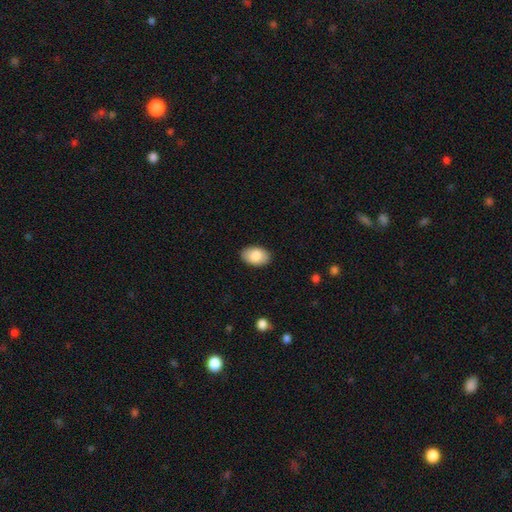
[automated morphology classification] A smooth galaxy with no disk features (86%) that is in between round and cigar-shaped (92%). Merging: none (89%).